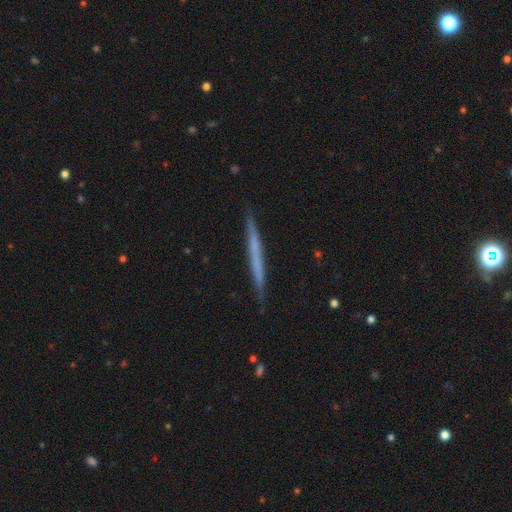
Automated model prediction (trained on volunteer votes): smooth-or-featured: featured or disk: 48% | smooth: 46% | star or artifact: 6%
  merging: none: 90% | minor disturbance: 7% | major disturbance: 1% | merger: 1%